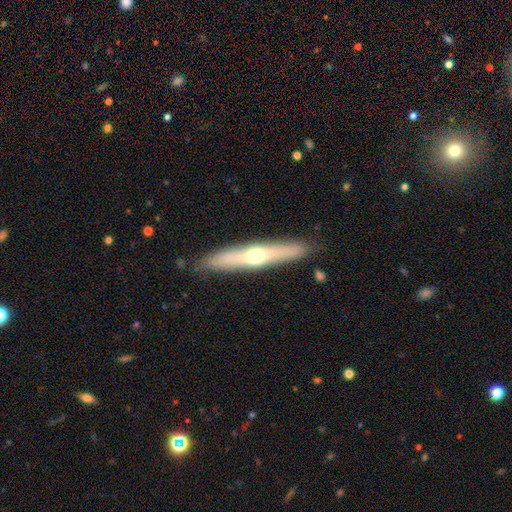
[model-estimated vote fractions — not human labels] The model was most divided on "smooth or featured": featured or disk: 56%, smooth: 39%, star or artifact: 6%. More confident: edge-on disk — yes (92%); merging — none (88%); edge-on bulge — rounded (85%).